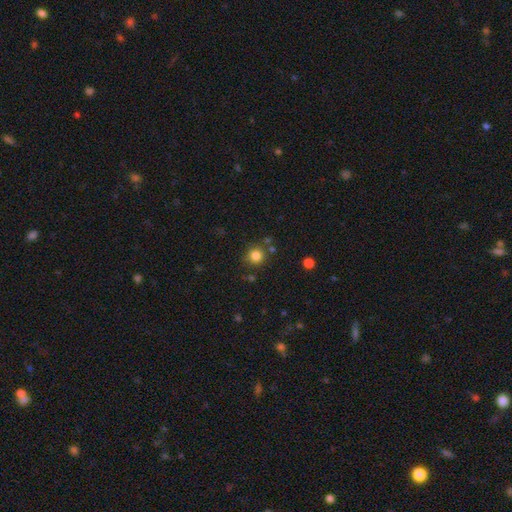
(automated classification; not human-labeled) smooth 82%, star or artifact 12%, featured or disk 5%. Down the decision tree: how rounded — round (93%); merging — none (81%).